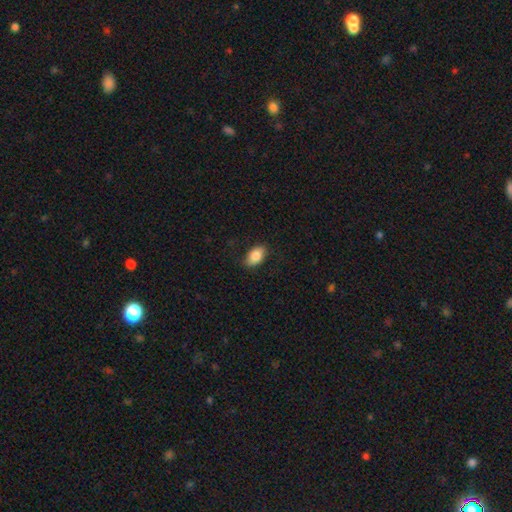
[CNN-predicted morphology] type=smooth (82%); roundness=in between (91%); merging=none (82%).